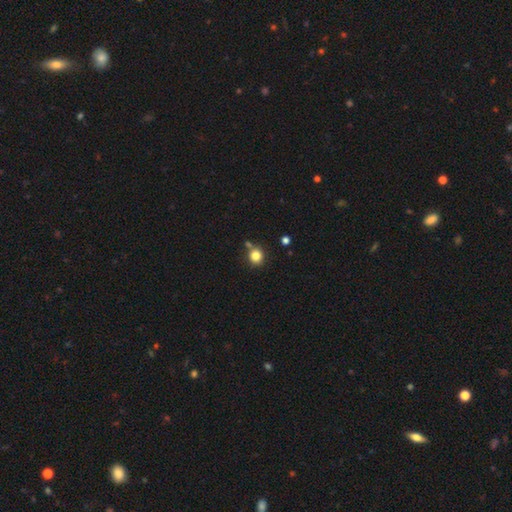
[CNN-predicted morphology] type=smooth (82%); roundness=round (86%); merging=none (74%).